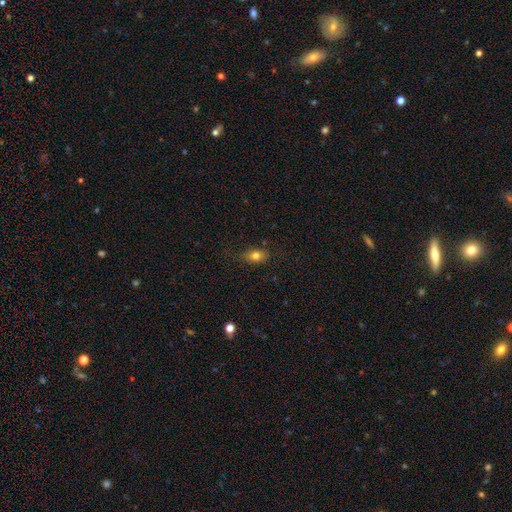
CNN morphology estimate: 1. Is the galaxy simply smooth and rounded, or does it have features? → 79% smooth, 11% featured or disk, 10% star or artifact.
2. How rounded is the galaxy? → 79% in between, 17% round, 3% cigar-shaped.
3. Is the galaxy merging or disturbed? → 78% none, 17% minor disturbance, 4% major disturbance, 1% merger.